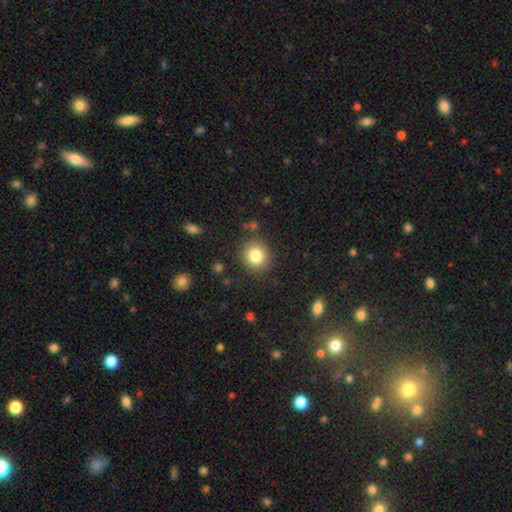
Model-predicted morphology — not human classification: This is clearly a smooth galaxy (82%). How rounded: clearly round (91%). Merging: clearly none (87%).